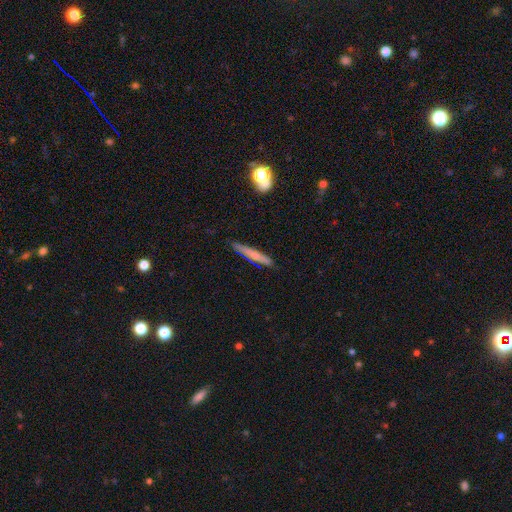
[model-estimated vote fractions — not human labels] smooth 64%, featured or disk 28%, star or artifact 8%. Down the decision tree: how rounded — cigar-shaped (90%); merging — none (84%).